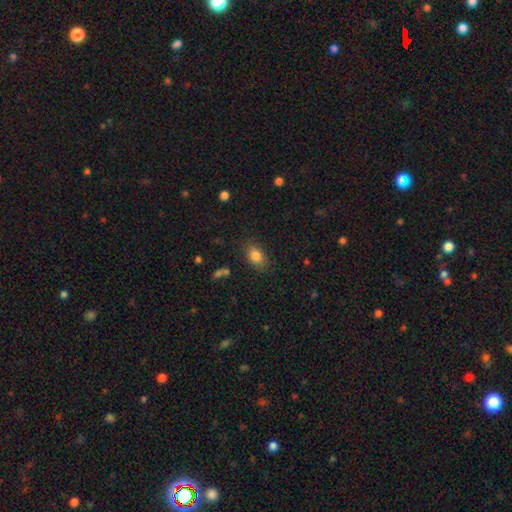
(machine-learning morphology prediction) Smooth or featured: smooth — 83% (star or artifact — 10%)
How rounded: in between — 80% (round — 18%)
Merging: none — 82% (minor disturbance — 13%)